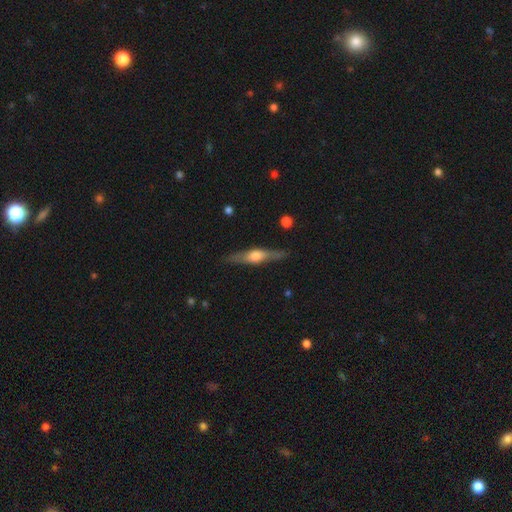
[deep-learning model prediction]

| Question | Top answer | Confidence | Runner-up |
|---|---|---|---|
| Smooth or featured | featured or disk | 68% | smooth (26%) |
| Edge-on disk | yes | 95% | no (5%) |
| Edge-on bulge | rounded | 89% | boxy (8%) |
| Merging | none | 86% | minor disturbance (10%) |